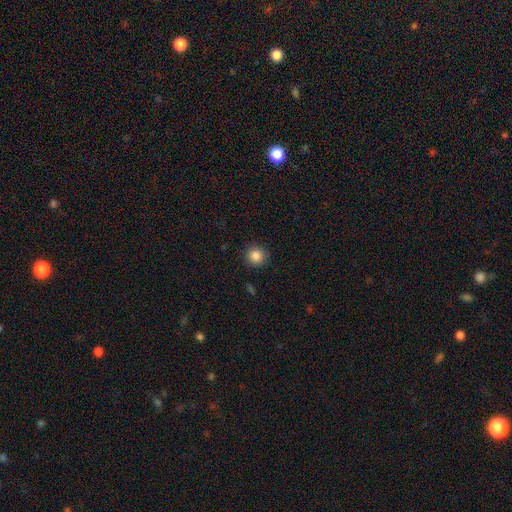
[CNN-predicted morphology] Smooth or featured: smooth — 85% (star or artifact — 10%)
How rounded: round — 93% (in between — 6%)
Merging: none — 89% (minor disturbance — 7%)